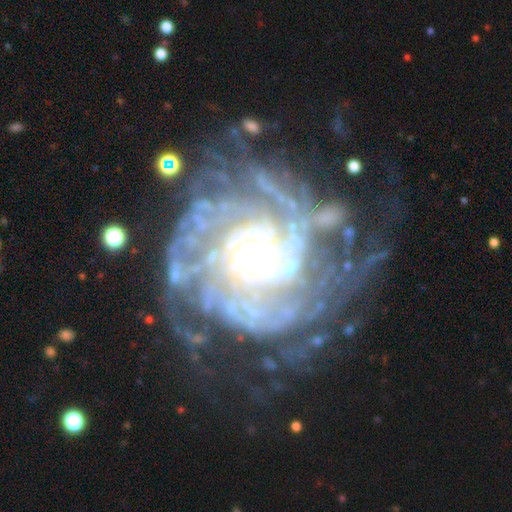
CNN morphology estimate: smooth_or_featured: featured or disk (p=0.90) [alt: star or artifact p=0.06]
disk_edge_on: no (p=0.97) [alt: yes p=0.03]
bar: no (p=0.74) [alt: weak p=0.18]
has_spiral_arms: yes (p=0.96) [alt: no p=0.04]
spiral_winding: tight (p=0.72) [alt: medium p=0.21]
spiral_arm_count: can't tell (p=0.31) [alt: more than 4 p=0.21]
bulge_size: moderate (p=0.66) [alt: small p=0.18]
merging: none (p=0.59) [alt: minor disturbance p=0.20]